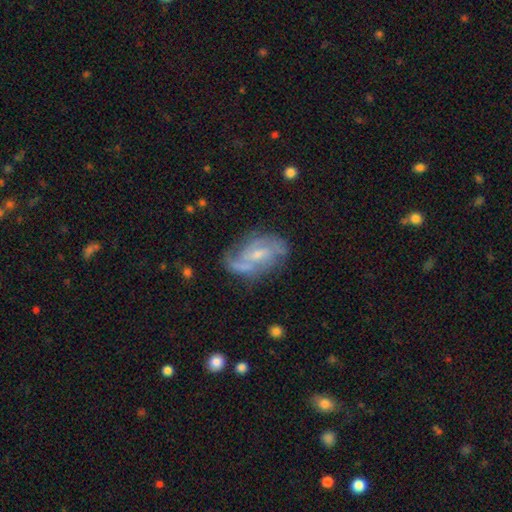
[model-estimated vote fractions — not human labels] featured or disk 80%, smooth 12%, star or artifact 8%. Down the decision tree: edge-on disk — no (96%); bar — weak (49%); spiral arms — yes (93%); spiral arm count — 2 (51%); spiral winding — medium (46%); bulge size — small (56%); merging — none (66%).